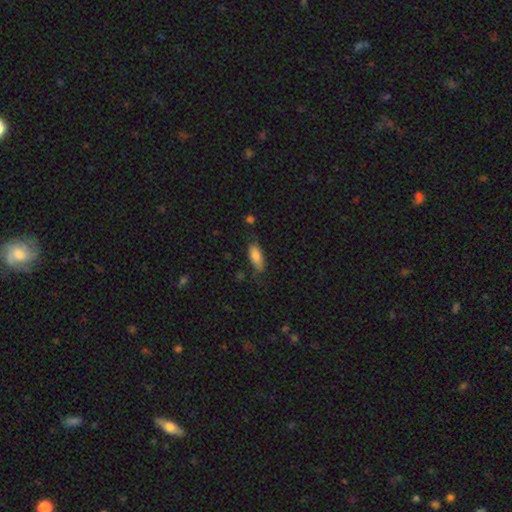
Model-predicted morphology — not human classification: A smooth galaxy with no disk features (81%) that is in between round and cigar-shaped (72%). Merging: none (66%).